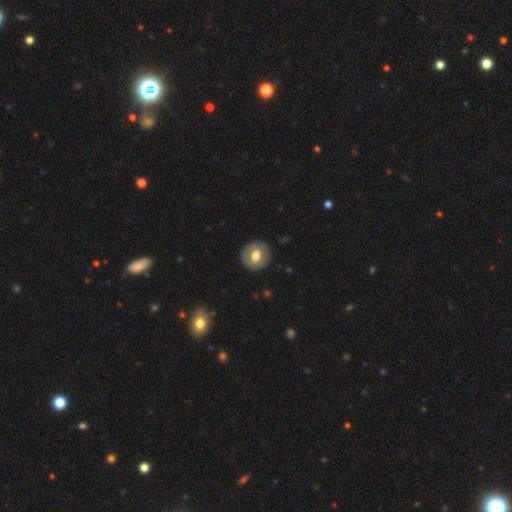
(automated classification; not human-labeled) This is possibly a smooth galaxy (50%). Merging: clearly none (86%).